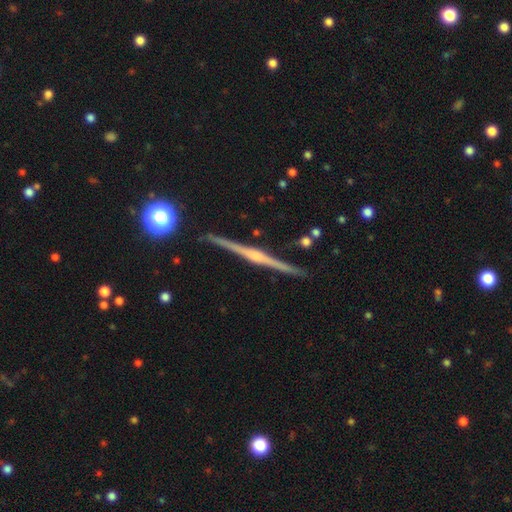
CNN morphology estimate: A featured or disk galaxy (86%) viewed edge-on (99%) with a rounded central bulge (76%). Merging: none (92%).